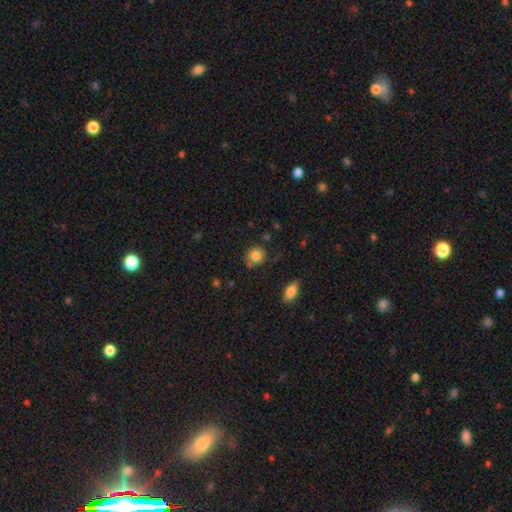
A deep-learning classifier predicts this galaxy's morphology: Smooth or featured? Predicted: smooth (p=0.84). How rounded? Predicted: round (p=0.85). Merging? Predicted: none (p=0.75).